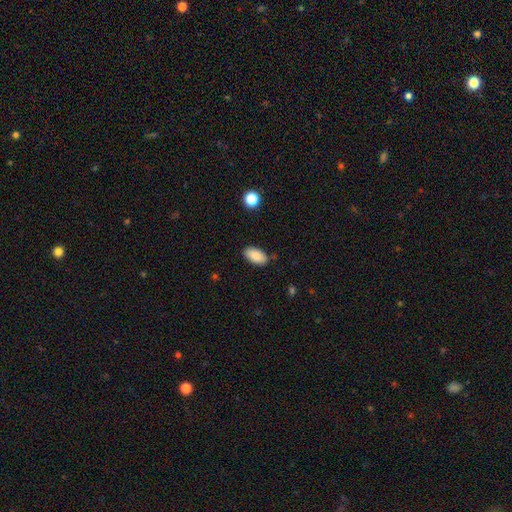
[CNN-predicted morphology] This is clearly a smooth galaxy (89%). How rounded: clearly in between (94%). Merging: clearly none (84%).